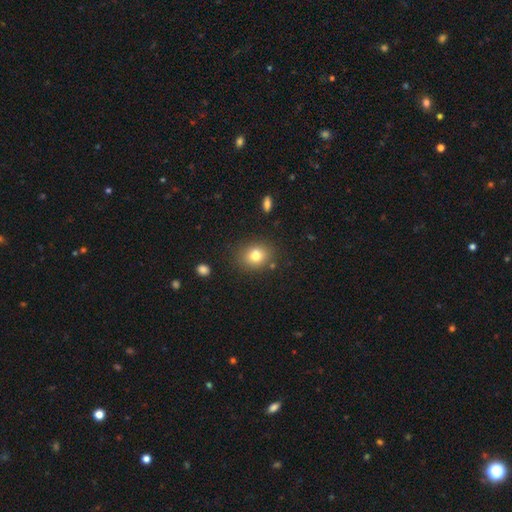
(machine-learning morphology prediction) Smooth or featured? smooth (79%)
How rounded? round (58%)
Merging? none (81%)